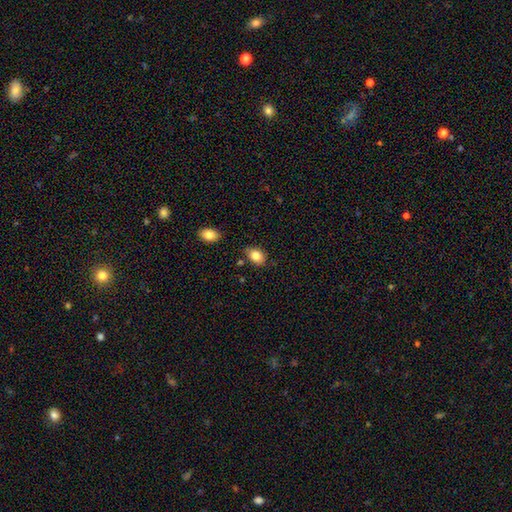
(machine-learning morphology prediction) Smooth or featured: smooth — 83% (featured or disk — 9%)
How rounded: in between — 81% (round — 18%)
Merging: none — 77% (minor disturbance — 16%)